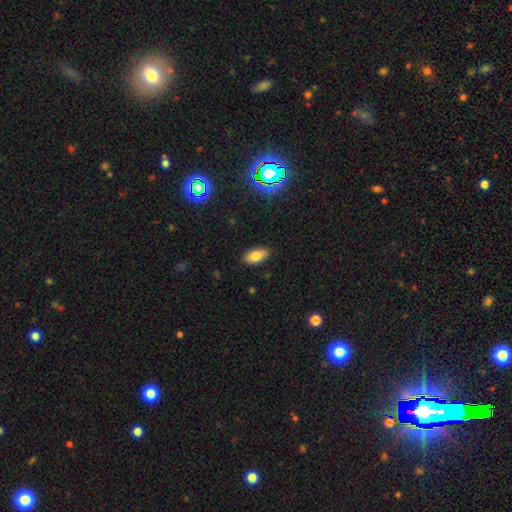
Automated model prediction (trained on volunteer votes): smooth_or_featured: smooth (p=0.78) [alt: star or artifact p=0.11]
how_rounded: in between (p=0.91) [alt: cigar-shaped p=0.05]
merging: none (p=0.87) [alt: minor disturbance p=0.10]